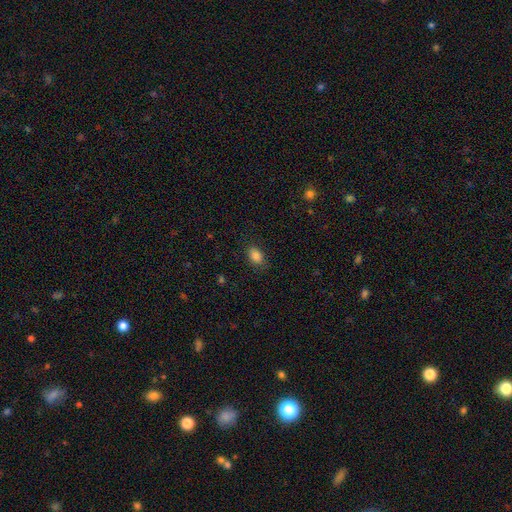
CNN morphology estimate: smooth 85%, star or artifact 10%, featured or disk 5%. Down the decision tree: how rounded — in between (82%); merging — none (82%).